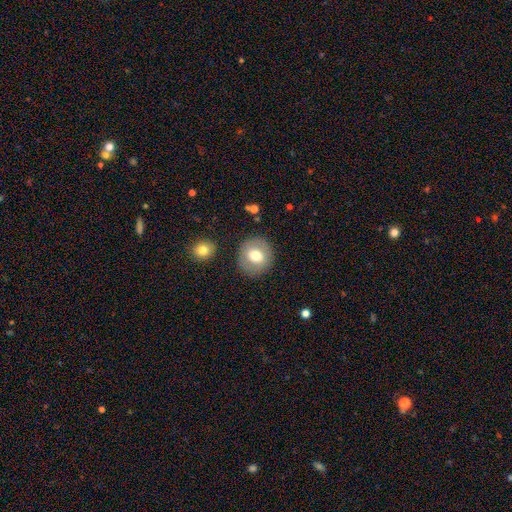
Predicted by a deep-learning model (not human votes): smooth-or-featured: smooth: 69% | featured or disk: 22% | star or artifact: 8%
  how-rounded: round: 87% | in between: 12% | cigar-shaped: 1%
  merging: none: 85% | minor disturbance: 9% | major disturbance: 3% | merger: 3%